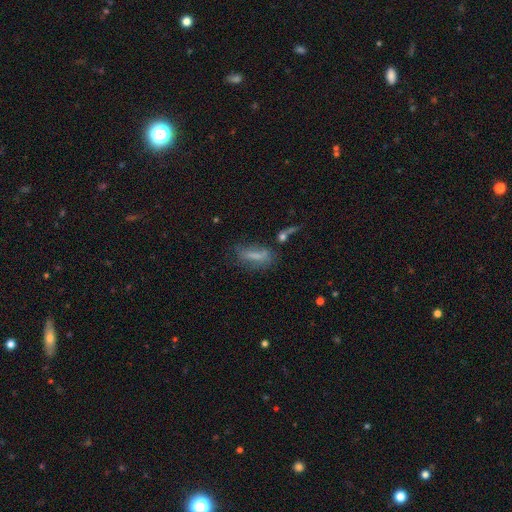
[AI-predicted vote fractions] Smooth or featured? Predicted: smooth (p=0.62). How rounded? Predicted: in between (p=0.56). Merging? Predicted: none (p=0.49).